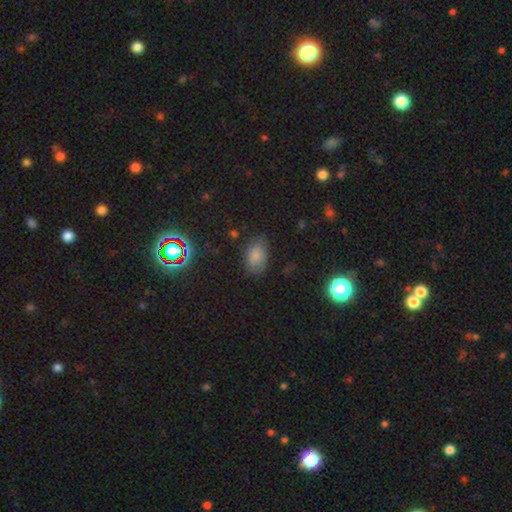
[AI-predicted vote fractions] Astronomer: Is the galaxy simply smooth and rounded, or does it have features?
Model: smooth — 80%.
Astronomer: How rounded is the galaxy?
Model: in between — 88%.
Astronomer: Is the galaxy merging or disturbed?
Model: none — 76%.